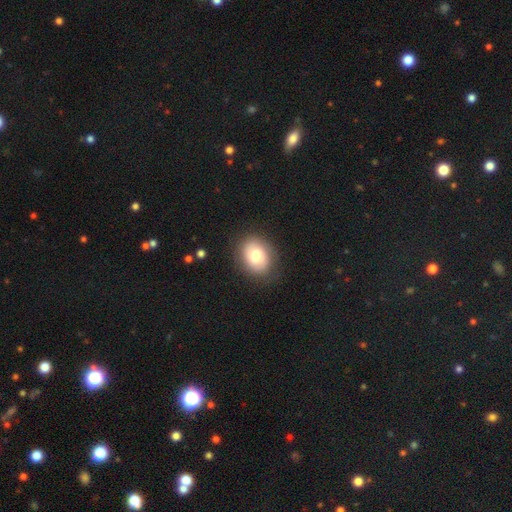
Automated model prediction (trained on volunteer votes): Smooth or featured? Predicted: smooth (p=0.71). How rounded? Predicted: in between (p=0.58). Merging? Predicted: none (p=0.81).